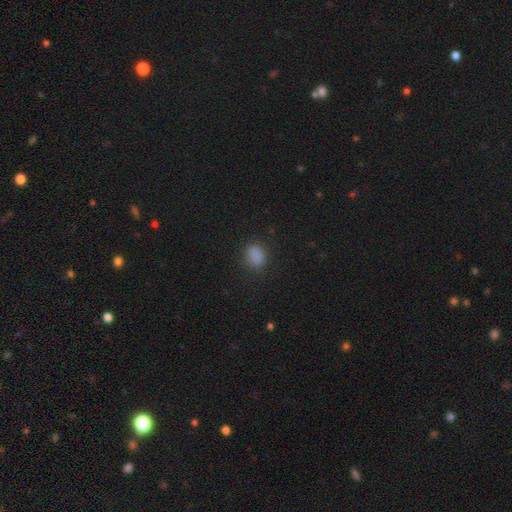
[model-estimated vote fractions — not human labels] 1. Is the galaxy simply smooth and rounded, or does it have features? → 84% smooth, 12% star or artifact, 4% featured or disk.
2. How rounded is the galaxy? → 64% in between, 34% round, 2% cigar-shaped.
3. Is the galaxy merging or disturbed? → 79% none, 15% minor disturbance, 5% major disturbance, 1% merger.